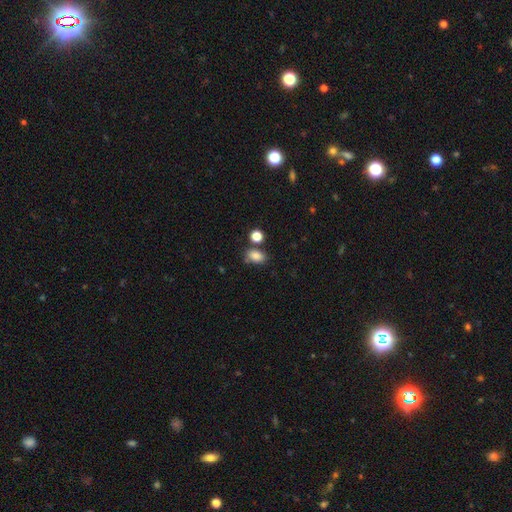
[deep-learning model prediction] A smooth galaxy with no disk features (84%) that is in between round and cigar-shaped (77%).

Vote fractions:
- Smooth or featured? smooth: 84% / star or artifact: 10% / featured or disk: 5%
- How rounded? in between: 77% / round: 22% / cigar-shaped: 1%
- Merging? none: 68% / merger: 14% / minor disturbance: 13% / major disturbance: 4%